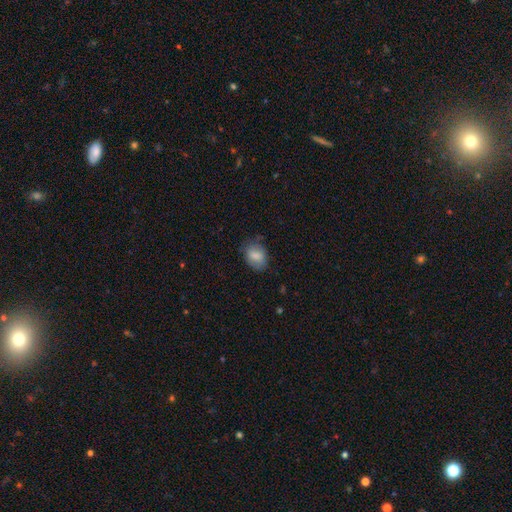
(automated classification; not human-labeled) A smooth galaxy with no disk features (81%) that is in between round and cigar-shaped (75%).

Vote fractions:
- Smooth or featured? smooth: 81% / featured or disk: 11% / star or artifact: 8%
- How rounded? in between: 75% / round: 23% / cigar-shaped: 1%
- Merging? none: 70% / minor disturbance: 22% / major disturbance: 6% / merger: 1%